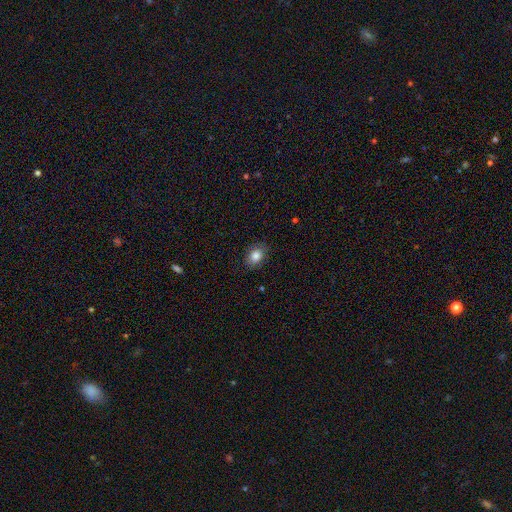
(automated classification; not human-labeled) Smooth or featured? Predicted: smooth (p=0.84). How rounded? Predicted: in between (p=0.73). Merging? Predicted: none (p=0.84).